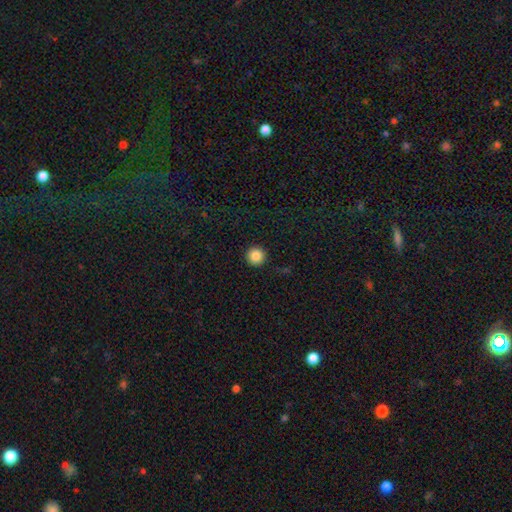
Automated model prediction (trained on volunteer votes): smooth 86%, star or artifact 10%, featured or disk 4%. Down the decision tree: how rounded — round (96%); merging — none (93%).